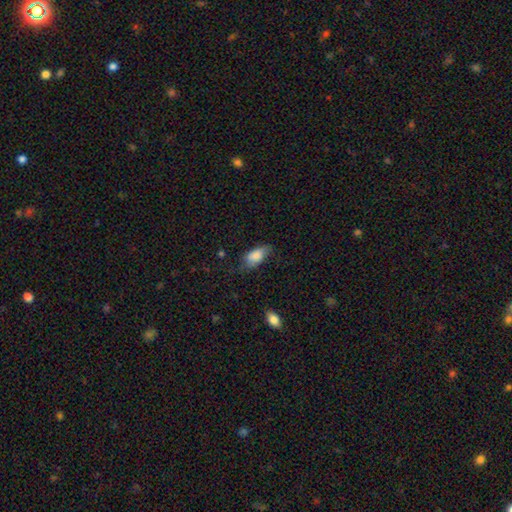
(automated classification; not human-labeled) The model was most divided on "merging": none: 60%, minor disturbance: 29%, major disturbance: 9%, merger: 2%. More confident: how rounded — in between (89%); smooth or featured — smooth (81%).